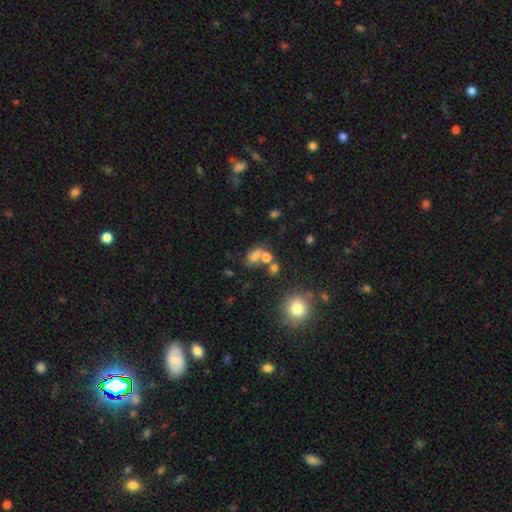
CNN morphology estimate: type=smooth (62%); roundness=in between (63%); merging=merger (42%).